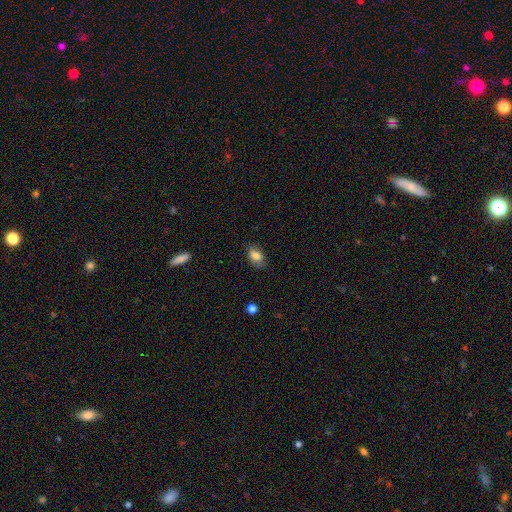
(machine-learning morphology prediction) This is likely a smooth galaxy (76%). How rounded: clearly in between (80%). Merging: likely none (67%).